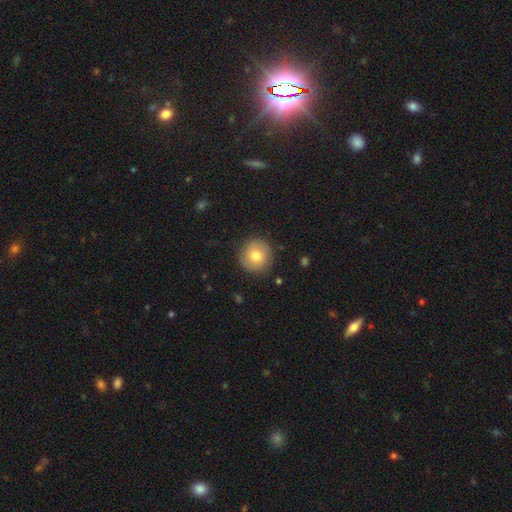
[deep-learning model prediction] The model was most divided on "smooth or featured": smooth: 74%, featured or disk: 18%, star or artifact: 8%. More confident: how rounded — round (93%); merging — none (88%).